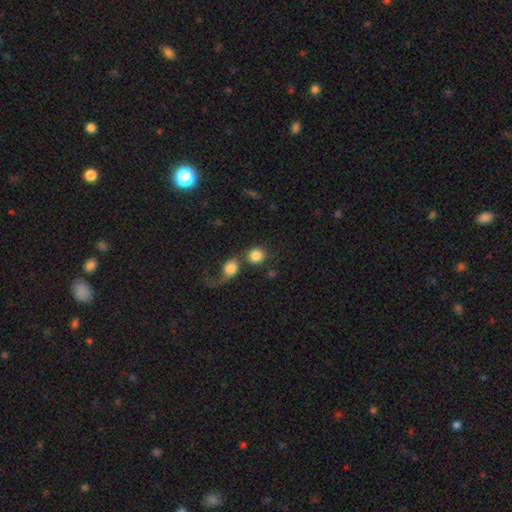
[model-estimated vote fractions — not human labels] Smooth or featured? Predicted: smooth (p=0.83). How rounded? Predicted: round (p=0.85). Merging? Predicted: none (p=0.44).